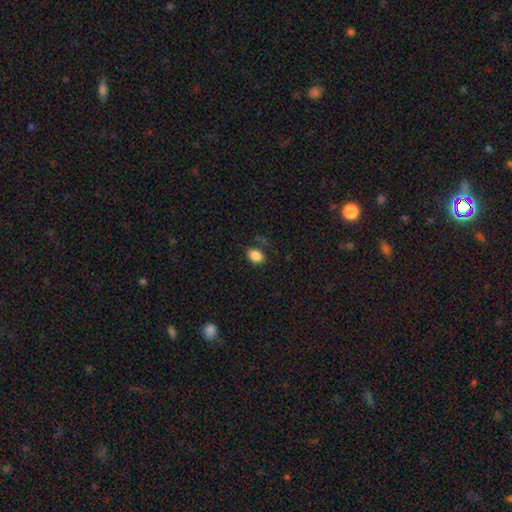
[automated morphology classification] Smooth or featured? Predicted: smooth (p=0.86). How rounded? Predicted: in between (p=0.79). Merging? Predicted: none (p=0.80).